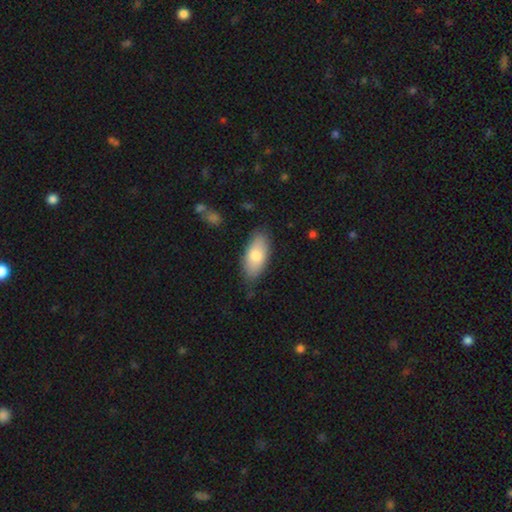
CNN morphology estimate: Overall: smooth (76%). How rounded: in between (90%). Merging: none (78%).